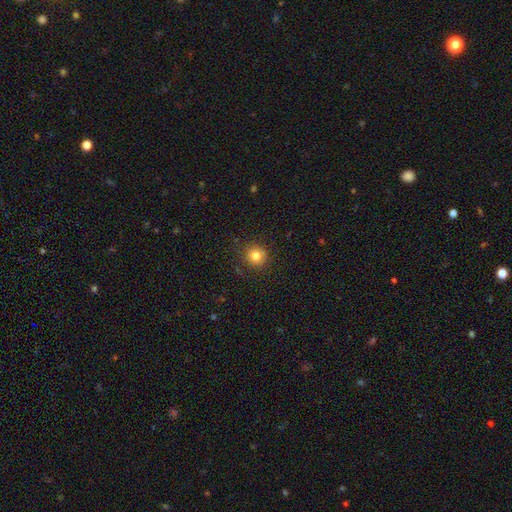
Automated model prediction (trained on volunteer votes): Smooth or featured? Predicted: smooth (p=0.82). How rounded? Predicted: round (p=0.92). Merging? Predicted: none (p=0.88).